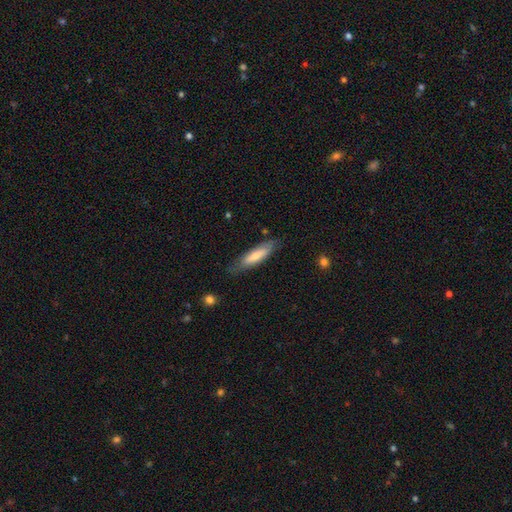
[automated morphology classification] The model was most divided on "how rounded": cigar-shaped: 68%, in between: 31%, round: 1%. More confident: merging — none (77%); smooth or featured — smooth (67%).